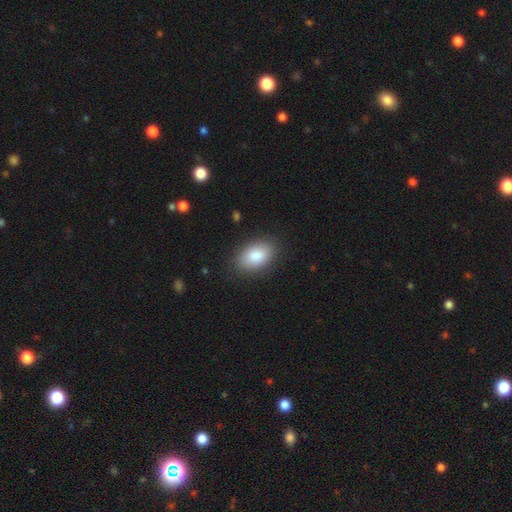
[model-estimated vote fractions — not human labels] Overall: smooth (86%). How rounded: in between (89%). Merging: none (86%).